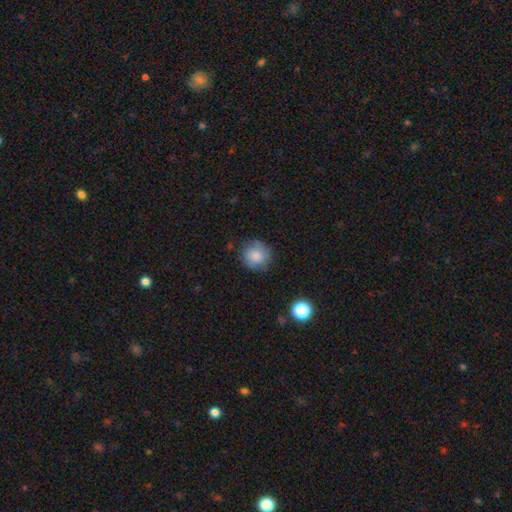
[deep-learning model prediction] Q: Smooth or featured?
A: smooth (81%); runner-up: featured or disk (11%)
Q: How rounded?
A: round (90%); runner-up: in between (9%)
Q: Merging?
A: none (79%); runner-up: minor disturbance (15%)